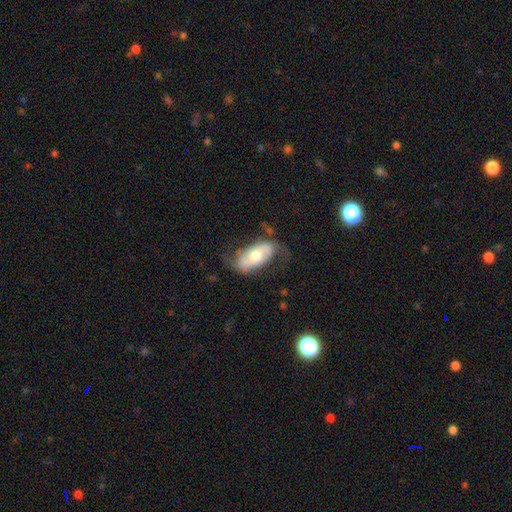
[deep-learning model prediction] This appears to be a featured or disk galaxy (51%). Merging: none (59%).